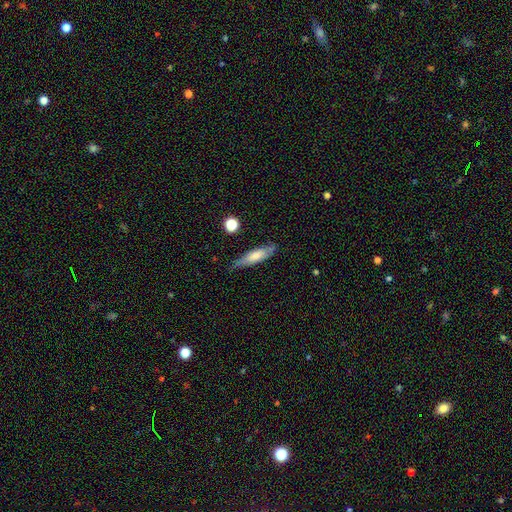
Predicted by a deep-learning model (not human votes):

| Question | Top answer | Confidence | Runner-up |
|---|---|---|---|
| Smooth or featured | smooth | 60% | featured or disk (33%) |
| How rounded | cigar-shaped | 67% | in between (31%) |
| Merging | none | 70% | minor disturbance (23%) |